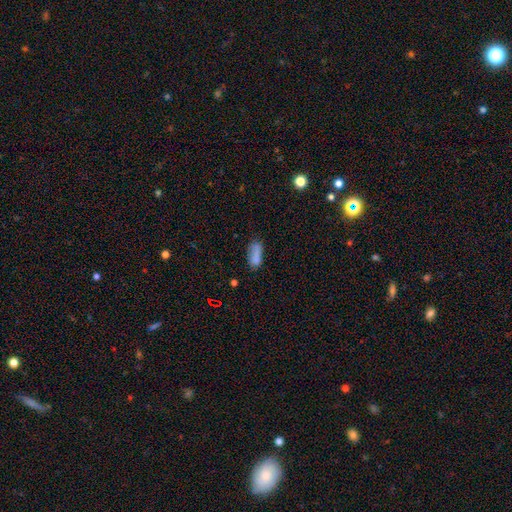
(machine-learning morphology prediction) A smooth galaxy with no disk features (78%) that is in between round and cigar-shaped (82%).

Vote fractions:
- Smooth or featured? smooth: 78% / star or artifact: 11% / featured or disk: 11%
- How rounded? in between: 82% / cigar-shaped: 15% / round: 3%
- Merging? none: 52% / minor disturbance: 27% / major disturbance: 13% / merger: 8%